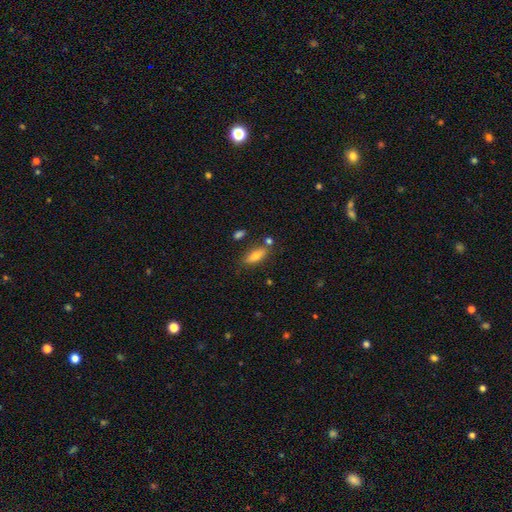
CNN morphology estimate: Smooth or featured: smooth — 76% (featured or disk — 17%)
How rounded: in between — 71% (cigar-shaped — 26%)
Merging: none — 72% (minor disturbance — 14%)